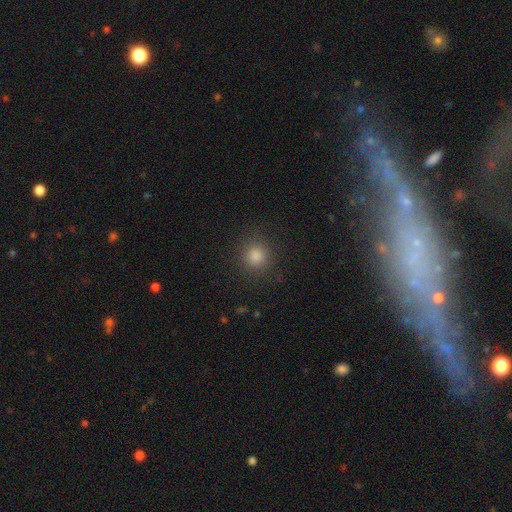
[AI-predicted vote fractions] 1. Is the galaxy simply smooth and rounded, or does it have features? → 81% smooth, 14% star or artifact, 5% featured or disk.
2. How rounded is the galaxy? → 91% round, 8% in between, 1% cigar-shaped.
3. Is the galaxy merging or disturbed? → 89% none, 7% minor disturbance, 3% major disturbance, 1% merger.